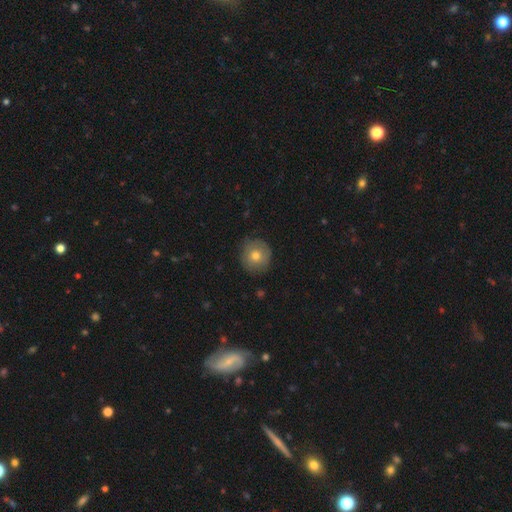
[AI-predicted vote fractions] Overall: smooth (72%). How rounded: round (91%). Merging: none (82%).